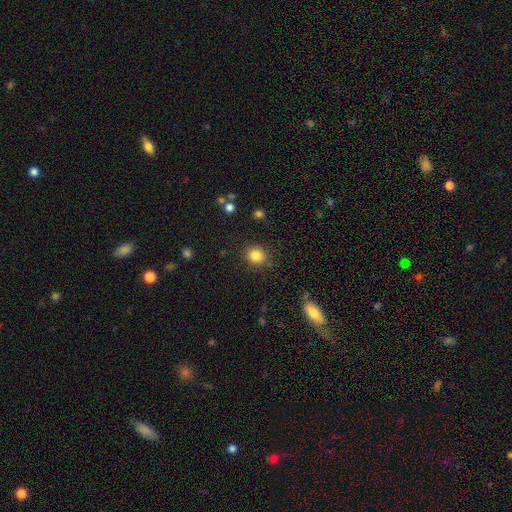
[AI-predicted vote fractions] smooth 84%, star or artifact 11%, featured or disk 5%. Down the decision tree: how rounded — round (84%); merging — none (87%).